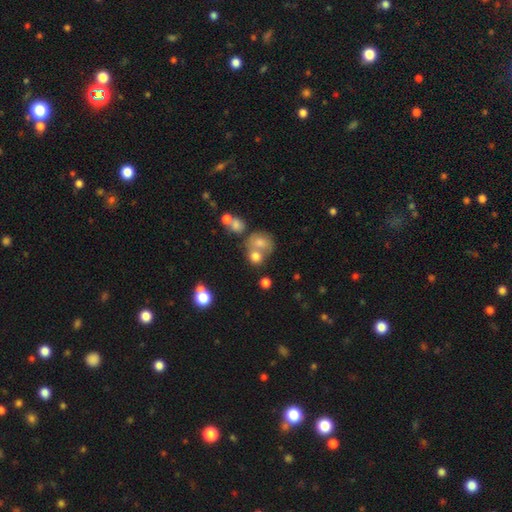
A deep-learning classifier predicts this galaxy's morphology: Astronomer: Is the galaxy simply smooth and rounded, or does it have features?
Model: smooth — 72%.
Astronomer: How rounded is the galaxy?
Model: round — 70%.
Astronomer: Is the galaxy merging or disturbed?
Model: merger — 48% (runner-up: none, 38%).